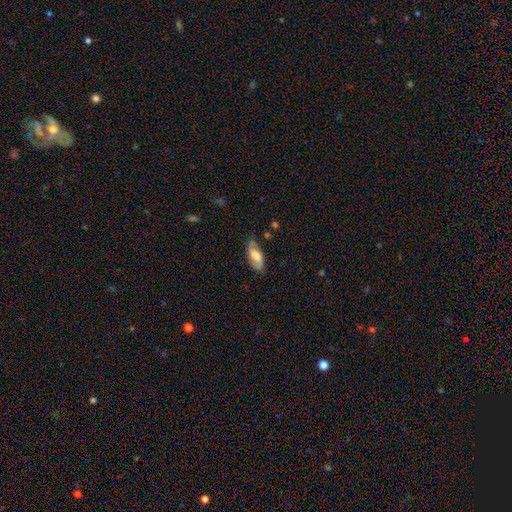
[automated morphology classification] The model was most divided on "smooth or featured": featured or disk: 48%, smooth: 45%, star or artifact: 7%. More confident: merging — none (77%).